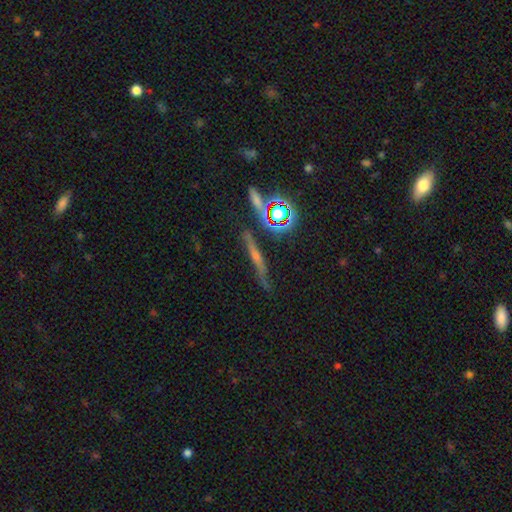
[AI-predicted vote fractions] smooth_or_featured: featured or disk (p=0.49) [alt: smooth p=0.26]
merging: none (p=0.76) [alt: minor disturbance p=0.15]